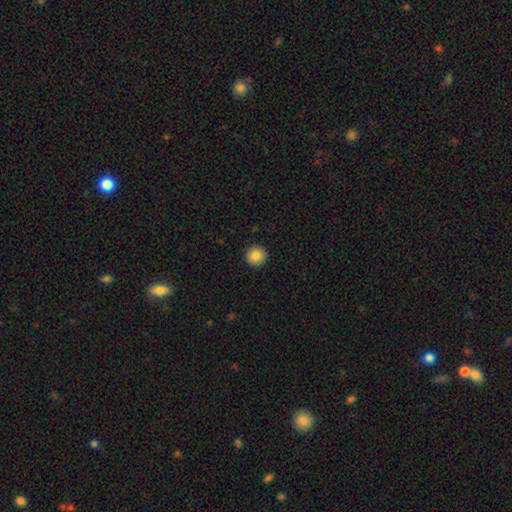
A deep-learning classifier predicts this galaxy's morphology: Smooth or featured?
  - smooth: 85% *
  - star or artifact: 9%
  - featured or disk: 6%
How rounded?
  - round: 95% *
  - in between: 5%
  - cigar-shaped: 1%
Merging?
  - none: 93% *
  - minor disturbance: 5%
  - major disturbance: 2%
  - merger: 1%